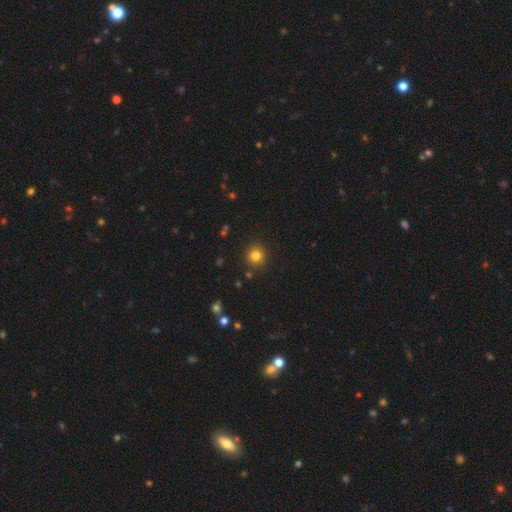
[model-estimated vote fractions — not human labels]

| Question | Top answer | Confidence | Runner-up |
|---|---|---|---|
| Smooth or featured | smooth | 80% | star or artifact (14%) |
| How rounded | round | 93% | in between (6%) |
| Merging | none | 89% | minor disturbance (7%) |